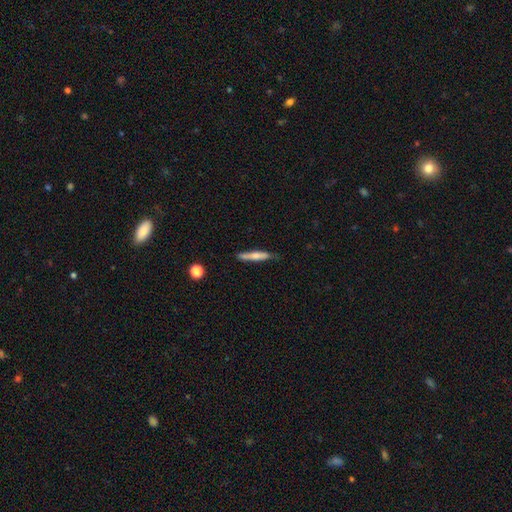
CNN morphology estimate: The model was most divided on "smooth or featured": smooth: 57%, featured or disk: 37%, star or artifact: 6%. More confident: how rounded — cigar-shaped (91%); merging — none (76%).